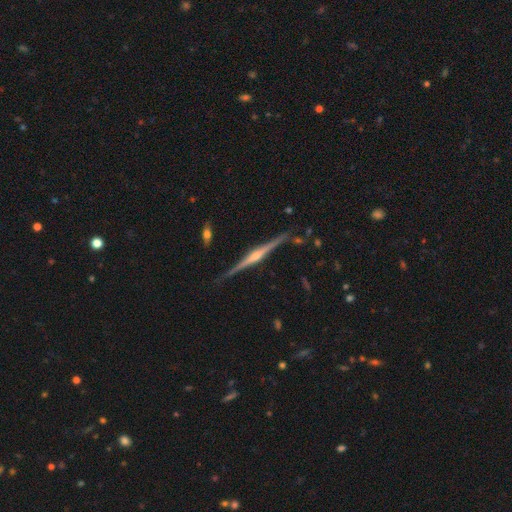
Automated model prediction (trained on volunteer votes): A featured or disk galaxy (86%) viewed edge-on (98%) with a rounded central bulge (88%).

Vote fractions:
- Smooth or featured? featured or disk: 86% / smooth: 8% / star or artifact: 5%
- Edge-on disk? yes: 98% / no: 2%
- Edge-on bulge? rounded: 88% / none: 6% / boxy: 6%
- Merging? none: 87% / minor disturbance: 10% / major disturbance: 2% / merger: 2%